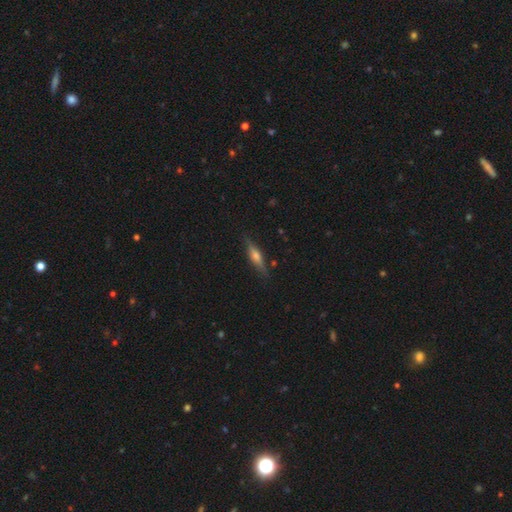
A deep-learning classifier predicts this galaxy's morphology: featured or disk 60%, smooth 33%, star or artifact 7%. Down the decision tree: edge-on disk — yes (95%); edge-on bulge — rounded (83%); merging — none (86%).